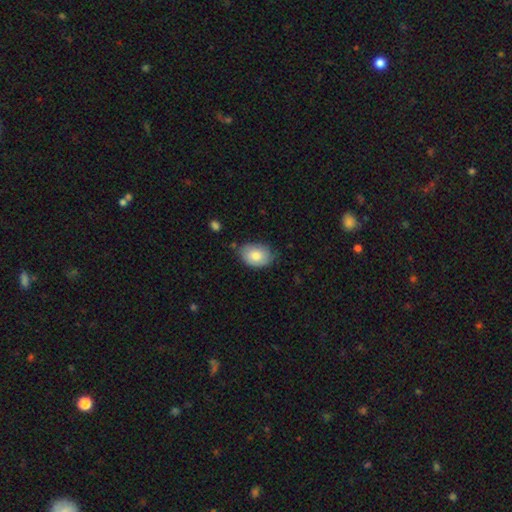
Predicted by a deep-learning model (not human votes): smooth_or_featured: smooth (p=0.78) [alt: featured or disk p=0.16]
how_rounded: in between (p=0.79) [alt: round p=0.20]
merging: none (p=0.68) [alt: minor disturbance p=0.26]